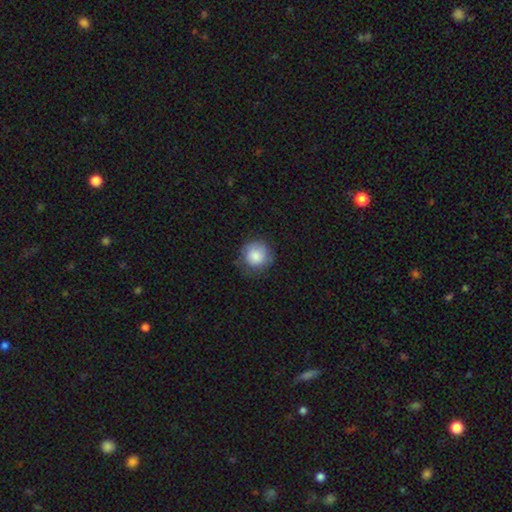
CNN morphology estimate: smooth-or-featured: smooth: 81% | featured or disk: 12% | star or artifact: 7%
  how-rounded: round: 91% | in between: 8% | cigar-shaped: 1%
  merging: none: 73% | minor disturbance: 19% | major disturbance: 6% | merger: 1%